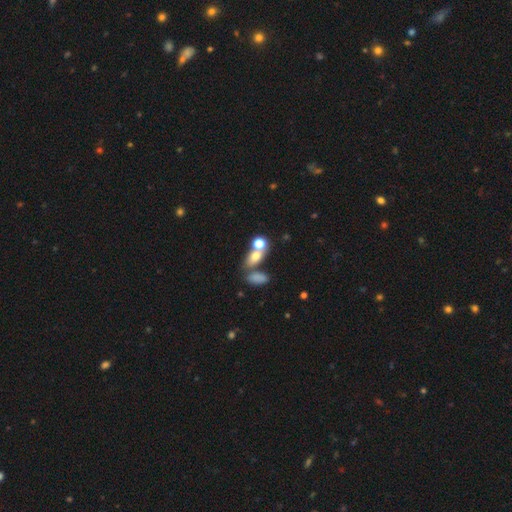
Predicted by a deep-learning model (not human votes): Overall: smooth (69%). How rounded: in between (61%; round 33%). Merging: merger (49%; none 36%).